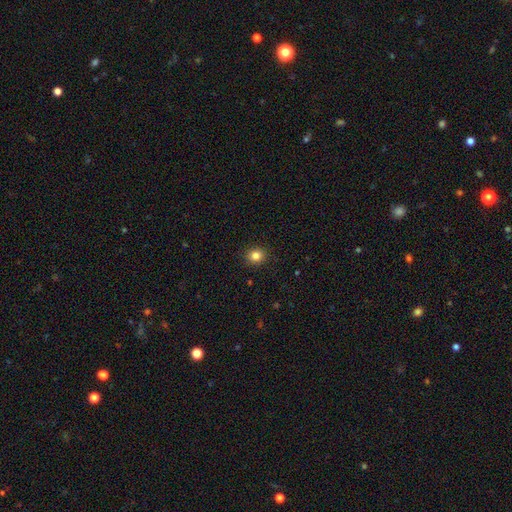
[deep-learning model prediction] A smooth galaxy with no disk features (84%) that is round (76%). Merging: none (90%).